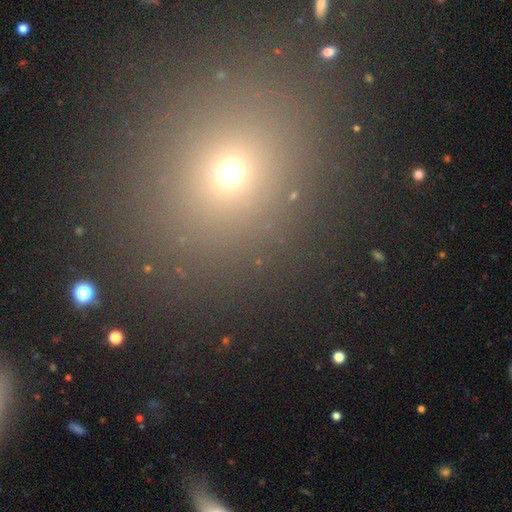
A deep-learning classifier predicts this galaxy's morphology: This appears to be a smooth galaxy with no disk features (57%) that is round (77%). Merging: none (86%).